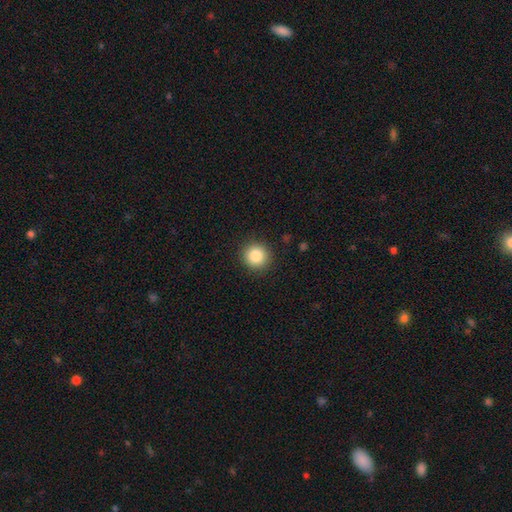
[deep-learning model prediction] Smooth or featured: smooth — 85% (star or artifact — 9%)
How rounded: round — 94% (in between — 5%)
Merging: none — 91% (minor disturbance — 6%)